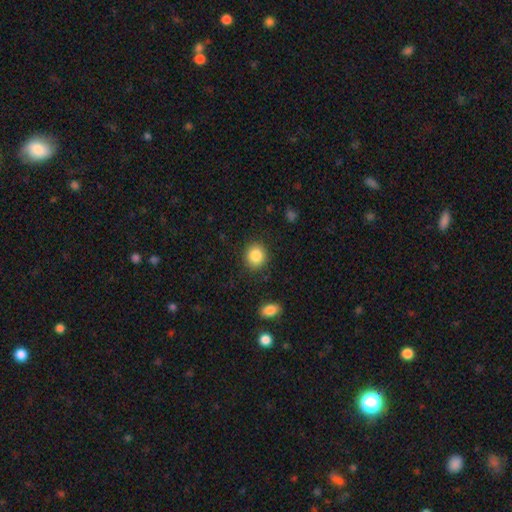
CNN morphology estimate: The model was most divided on "how rounded": round: 84%, in between: 15%, cigar-shaped: 1%. More confident: merging — none (89%); smooth or featured — smooth (86%).